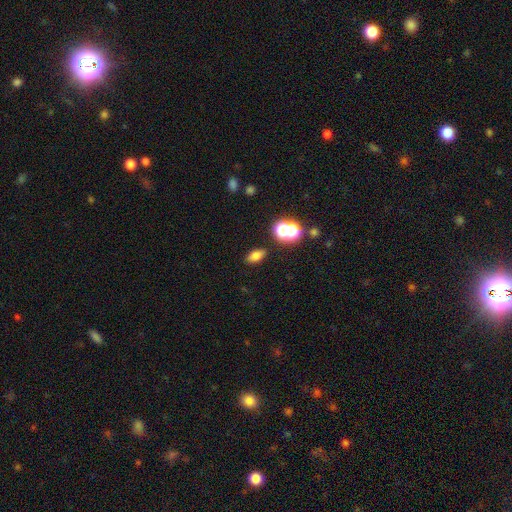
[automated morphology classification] This appears to be a smooth galaxy with no disk features (71%) that is in between round and cigar-shaped (82%). Merging: none (84%).